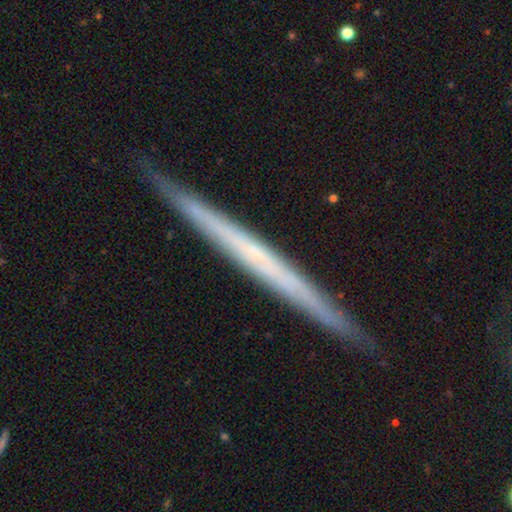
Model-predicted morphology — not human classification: type=featured or disk (66%); edge-on=yes (97%); edge-on bulge=none (87%); merging=none (90%).